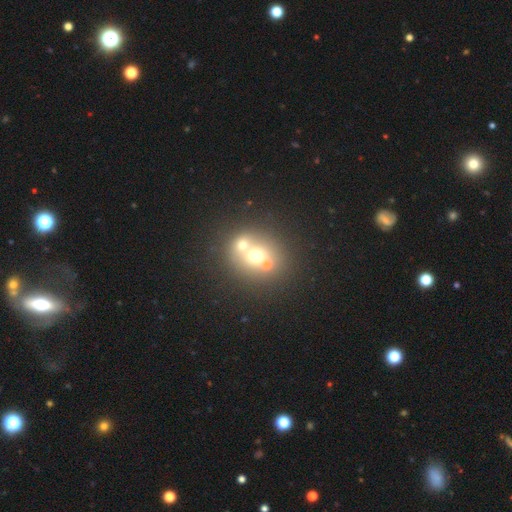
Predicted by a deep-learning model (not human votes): A smooth galaxy with no disk features (59%) that is round (77%).

Vote fractions:
- Smooth or featured? smooth: 59% / featured or disk: 24% / star or artifact: 17%
- How rounded? round: 77% / in between: 22% / cigar-shaped: 1%
- Merging? merger: 53% / none: 37% / minor disturbance: 6% / major disturbance: 3%